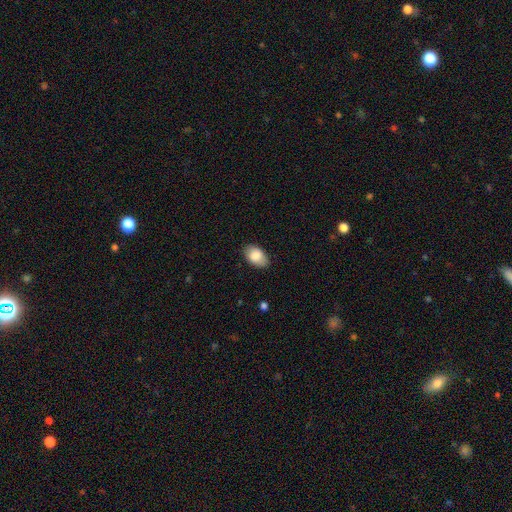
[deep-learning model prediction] Smooth or featured: smooth — 85% (featured or disk — 9%)
How rounded: in between — 91% (round — 8%)
Merging: none — 82% (minor disturbance — 14%)